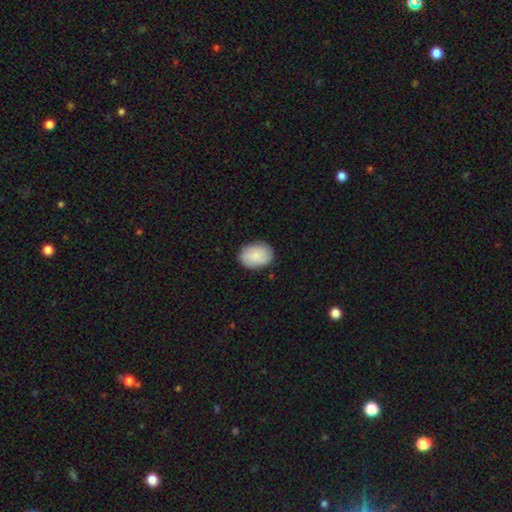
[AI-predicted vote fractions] Smooth or featured?
  - smooth: 84% *
  - featured or disk: 10%
  - star or artifact: 6%
How rounded?
  - in between: 69% *
  - round: 30%
  - cigar-shaped: 1%
Merging?
  - none: 84% *
  - minor disturbance: 12%
  - major disturbance: 3%
  - merger: 1%